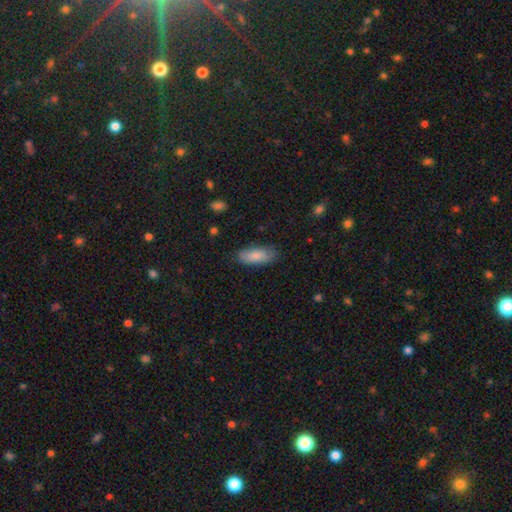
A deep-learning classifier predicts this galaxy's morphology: Q: Smooth or featured?
A: smooth (85%); runner-up: featured or disk (9%)
Q: How rounded?
A: in between (79%); runner-up: cigar-shaped (19%)
Q: Merging?
A: none (80%); runner-up: minor disturbance (16%)